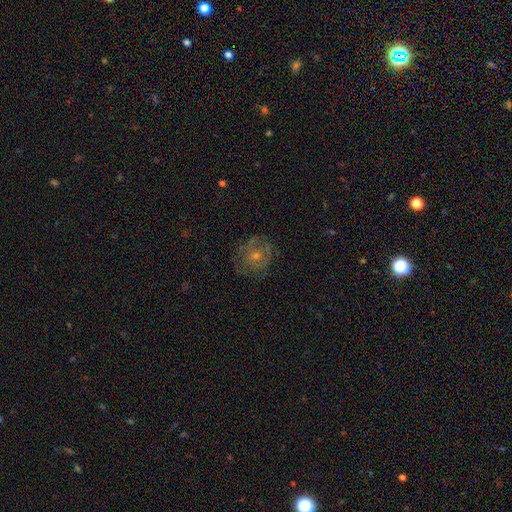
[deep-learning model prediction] featured or disk 49%, smooth 41%, star or artifact 10%. Down the decision tree: merging — none (68%).